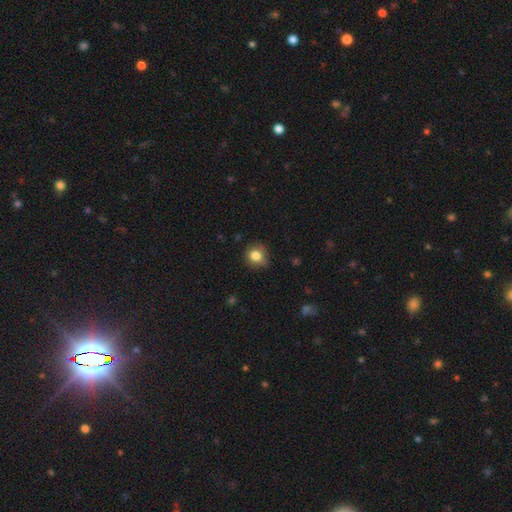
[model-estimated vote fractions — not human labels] smooth_or_featured: smooth (p=0.82) [alt: star or artifact p=0.10]
how_rounded: round (p=0.79) [alt: in between p=0.20]
merging: none (p=0.75) [alt: minor disturbance p=0.20]